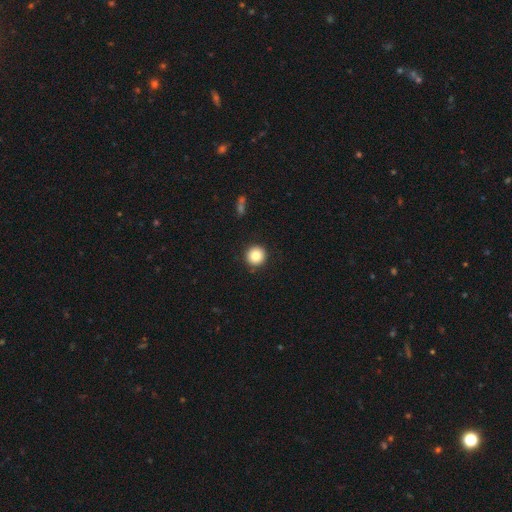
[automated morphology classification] Smooth or featured?
  - smooth: 86% *
  - star or artifact: 9%
  - featured or disk: 5%
How rounded?
  - round: 95% *
  - in between: 4%
  - cigar-shaped: 1%
Merging?
  - none: 91% *
  - minor disturbance: 6%
  - major disturbance: 2%
  - merger: 1%